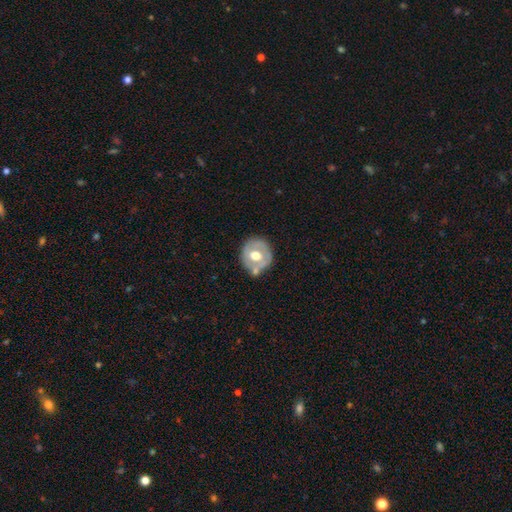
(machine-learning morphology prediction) featured or disk 51%, smooth 43%, star or artifact 6%. Down the decision tree: edge-on disk — no (94%); merging — none (63%).